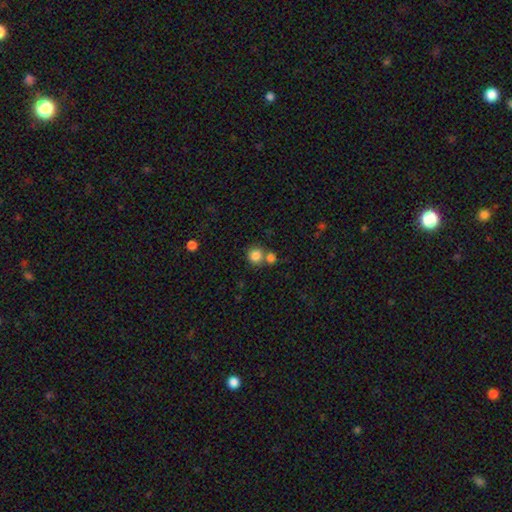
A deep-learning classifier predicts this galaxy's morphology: Smooth or featured? smooth (83%)
How rounded? round (90%)
Merging? none (58%)